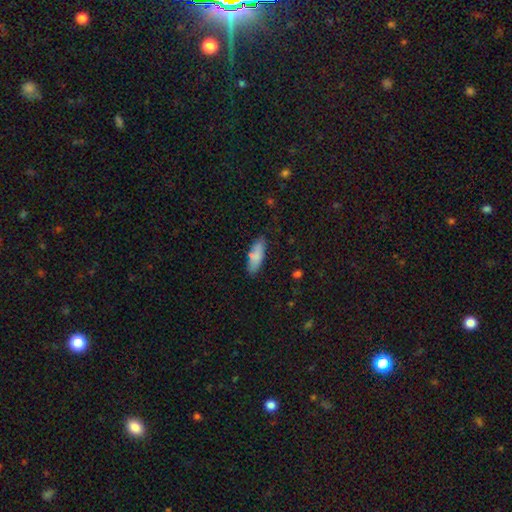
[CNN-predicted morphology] smooth 82%, featured or disk 11%, star or artifact 7%. Down the decision tree: how rounded — in between (65%); merging — none (77%).